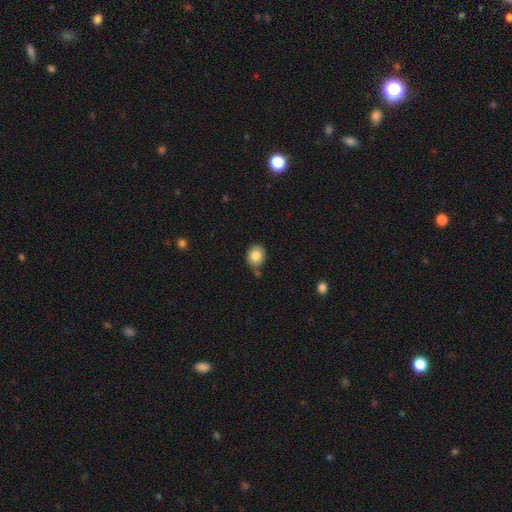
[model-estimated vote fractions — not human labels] Q: Smooth or featured?
A: smooth (82%); runner-up: featured or disk (9%)
Q: How rounded?
A: round (70%); runner-up: in between (29%)
Q: Merging?
A: none (71%); runner-up: minor disturbance (18%)